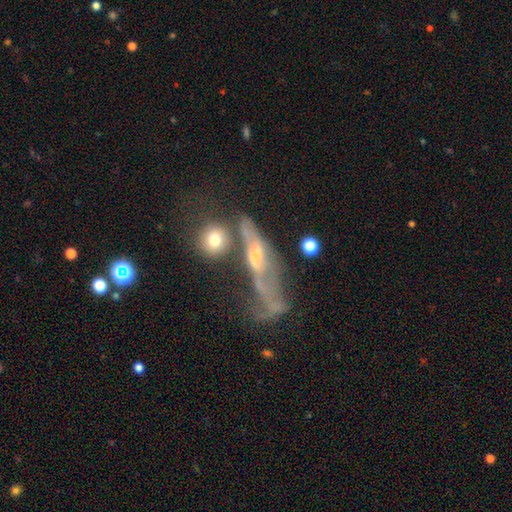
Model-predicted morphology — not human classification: Smooth or featured? Predicted: featured or disk (p=0.60). Edge-on disk? Predicted: no (p=0.61). Merging? Predicted: merger (p=0.39).